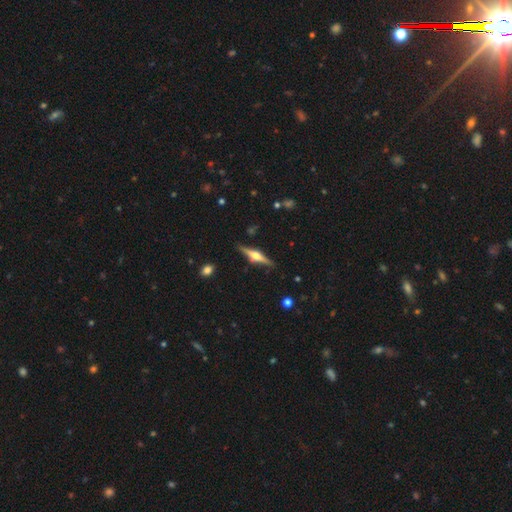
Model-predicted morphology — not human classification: Smooth or featured?
  - featured or disk: 78% *
  - smooth: 17%
  - star or artifact: 6%
Edge-on disk?
  - yes: 98% *
  - no: 2%
Edge-on bulge?
  - rounded: 94% *
  - boxy: 4%
  - none: 2%
Merging?
  - none: 89% *
  - minor disturbance: 8%
  - major disturbance: 2%
  - merger: 1%